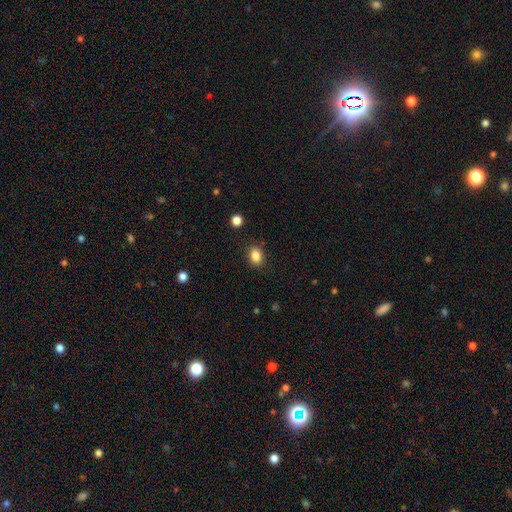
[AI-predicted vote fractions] A smooth galaxy with no disk features (85%) that is in between round and cigar-shaped (70%). Merging: none (86%).